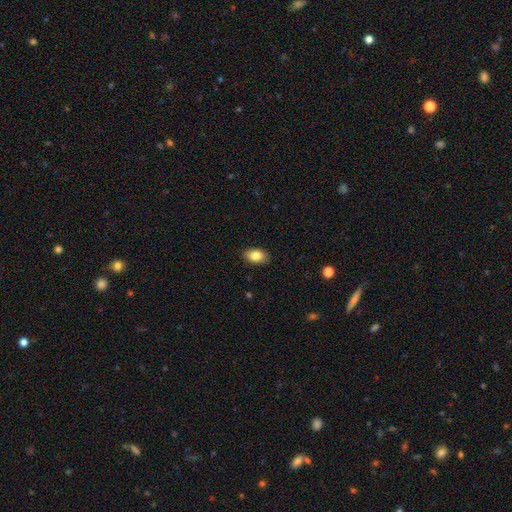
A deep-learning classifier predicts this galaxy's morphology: This is clearly a smooth galaxy (84%). How rounded: clearly in between (88%). Merging: clearly none (88%).